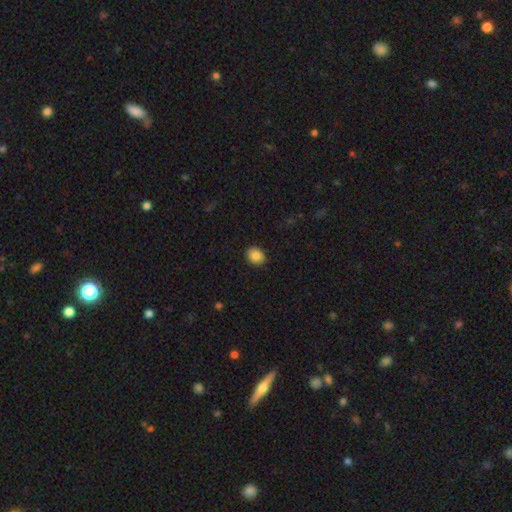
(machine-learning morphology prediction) A smooth galaxy with no disk features (86%) that is round (54%).

Vote fractions:
- Smooth or featured? smooth: 86% / star or artifact: 8% / featured or disk: 6%
- How rounded? round: 54% / in between: 45% / cigar-shaped: 1%
- Merging? none: 90% / minor disturbance: 7% / major disturbance: 2% / merger: 1%